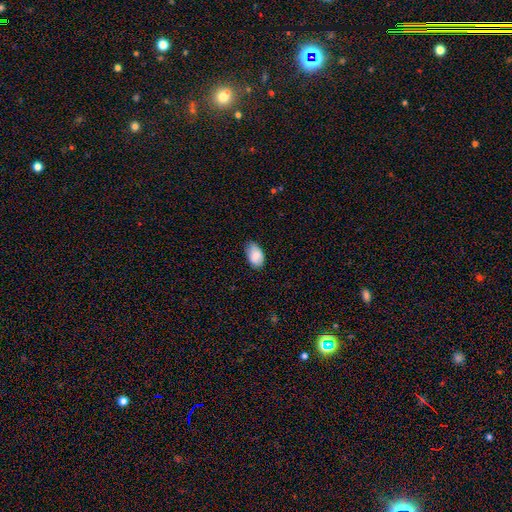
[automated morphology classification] type=smooth (83%); roundness=in between (92%); merging=none (67%).